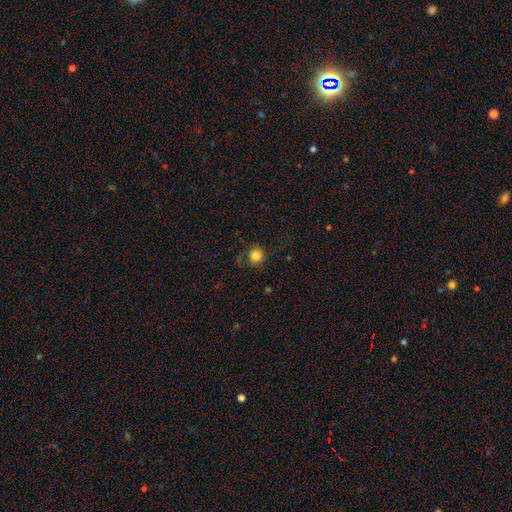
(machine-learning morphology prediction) Smooth or featured? smooth (83%)
How rounded? round (88%)
Merging? none (80%)